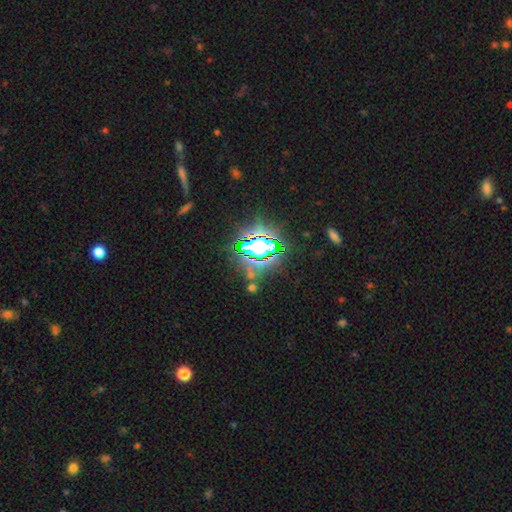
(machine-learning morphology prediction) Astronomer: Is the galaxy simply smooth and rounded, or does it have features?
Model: star or artifact — 79%.